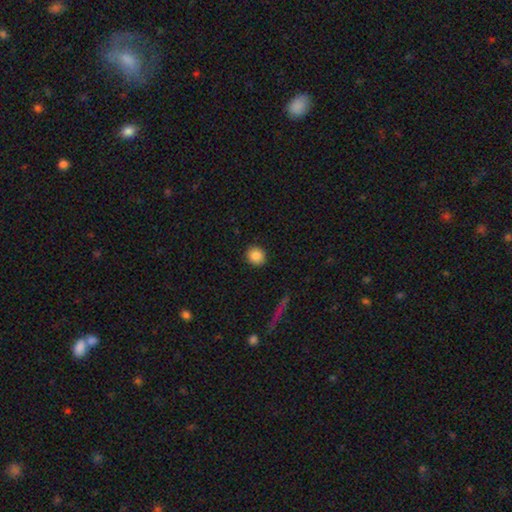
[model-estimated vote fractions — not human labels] Smooth or featured?
  - smooth: 87% *
  - star or artifact: 9%
  - featured or disk: 4%
How rounded?
  - round: 88% *
  - in between: 11%
  - cigar-shaped: 1%
Merging?
  - none: 90% *
  - minor disturbance: 7%
  - major disturbance: 2%
  - merger: 1%